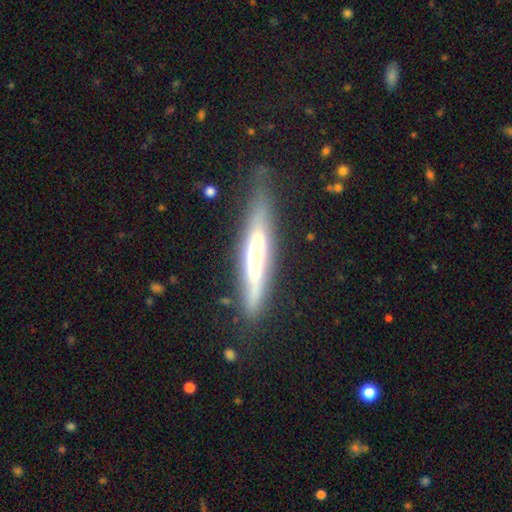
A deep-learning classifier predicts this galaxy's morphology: Smooth or featured? featured or disk (60%)
Edge-on disk? yes (81%)
Merging? none (70%)